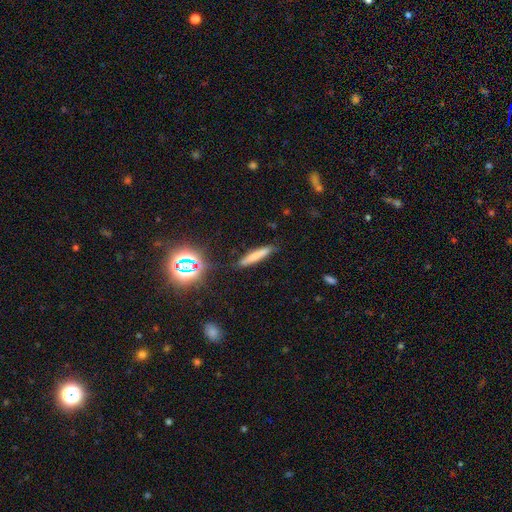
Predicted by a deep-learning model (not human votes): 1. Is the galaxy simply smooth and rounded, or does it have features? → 71% smooth, 16% featured or disk, 13% star or artifact.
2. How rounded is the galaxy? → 90% cigar-shaped, 9% in between, 2% round.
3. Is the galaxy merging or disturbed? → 86% none, 10% minor disturbance, 2% major disturbance, 2% merger.